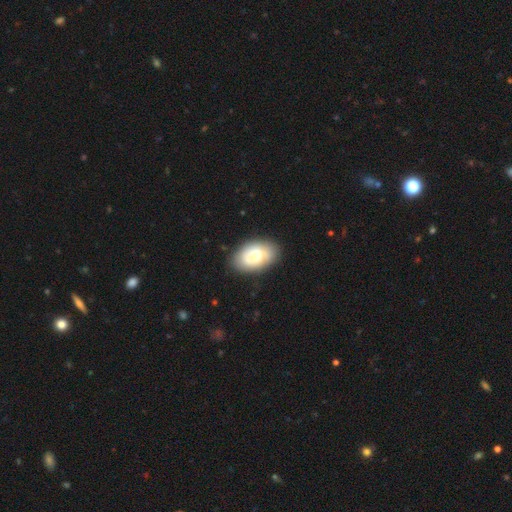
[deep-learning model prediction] Smooth or featured: smooth — 55% (featured or disk — 38%)
How rounded: in between — 87% (round — 11%)
Merging: none — 78% (minor disturbance — 15%)